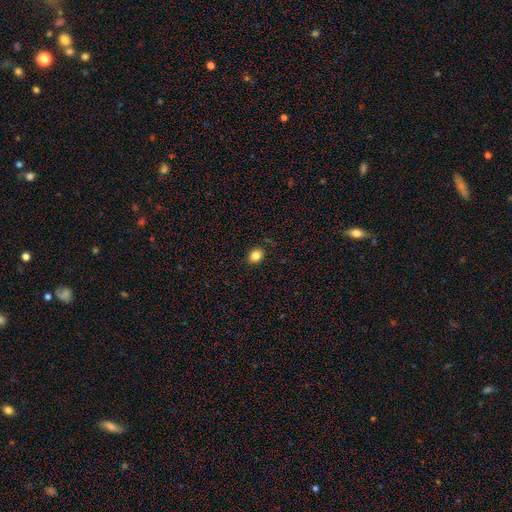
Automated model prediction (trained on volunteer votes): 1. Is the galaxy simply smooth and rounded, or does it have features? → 84% smooth, 11% star or artifact, 5% featured or disk.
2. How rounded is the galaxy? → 53% in between, 47% round, 1% cigar-shaped.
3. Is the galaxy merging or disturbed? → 87% none, 9% minor disturbance, 2% major disturbance, 1% merger.